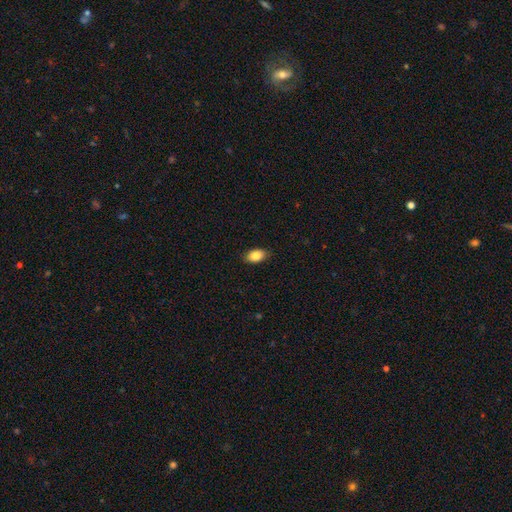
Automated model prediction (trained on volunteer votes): This appears to be a smooth galaxy with no disk features (86%) that is in between round and cigar-shaped (90%). Merging: none (88%).